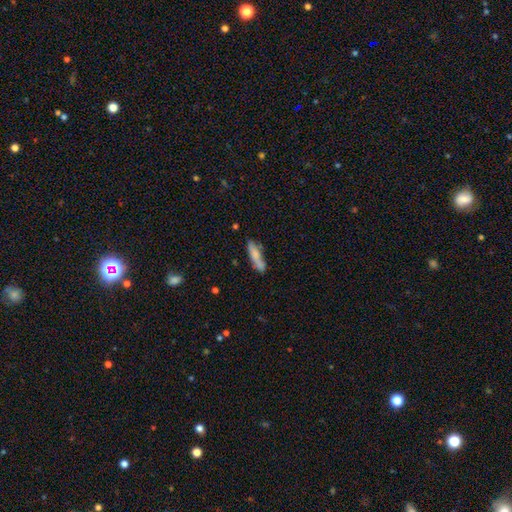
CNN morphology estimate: This is likely a smooth galaxy (74%). How rounded: likely cigar-shaped (73%). Merging: likely none (63%).